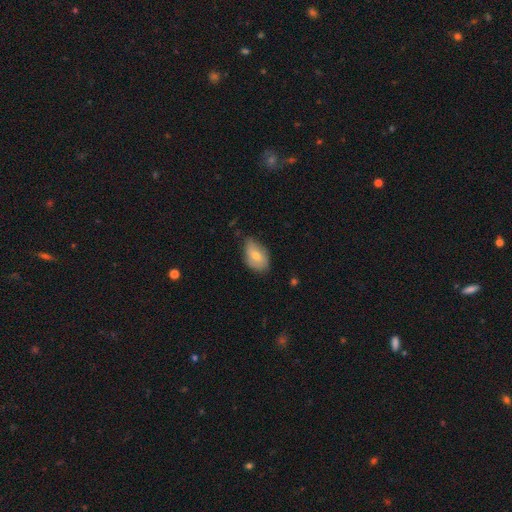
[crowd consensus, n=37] Morphology: type=smooth (70%); roundness=in between (81%); merging=none (61%).